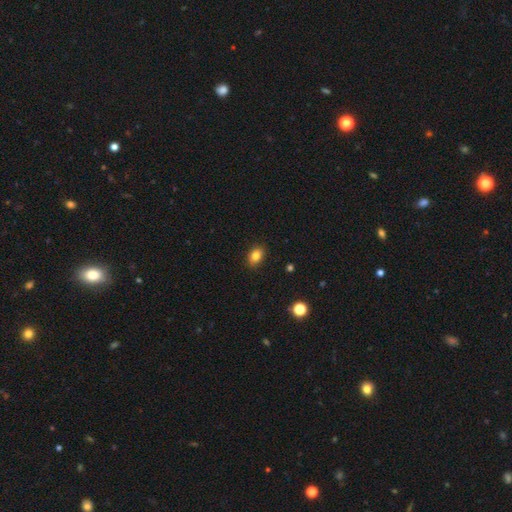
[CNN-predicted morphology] A smooth galaxy with no disk features (83%) that is in between round and cigar-shaped (72%). Merging: none (87%).